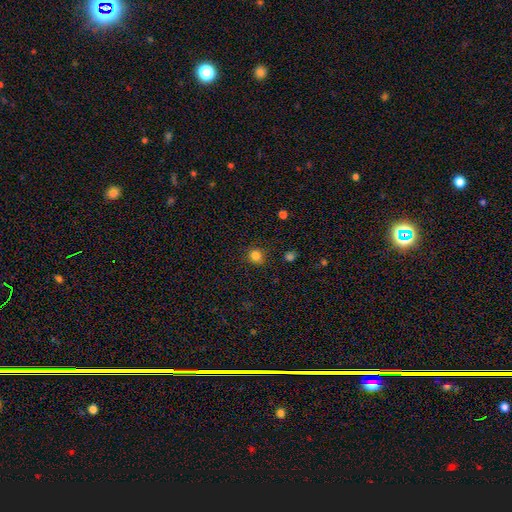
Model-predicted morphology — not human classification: Smooth or featured? Predicted: smooth (p=0.83). How rounded? Predicted: round (p=0.86). Merging? Predicted: none (p=0.88).